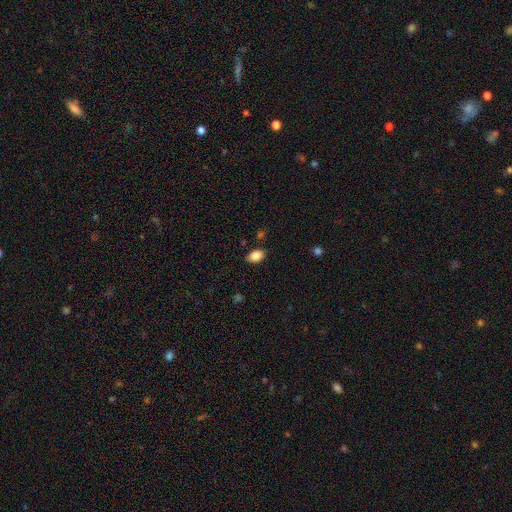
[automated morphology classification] Smooth or featured? Predicted: smooth (p=0.86). How rounded? Predicted: in between (p=0.87). Merging? Predicted: none (p=0.85).